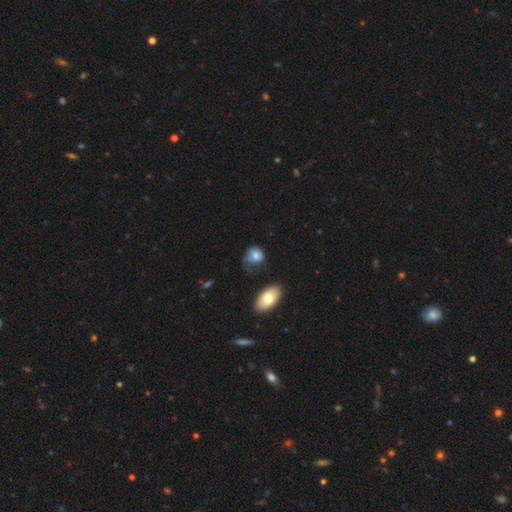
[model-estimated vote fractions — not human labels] This appears to be a smooth galaxy with no disk features (73%) that is round (49%, tied with in between). Merging: none (38%).